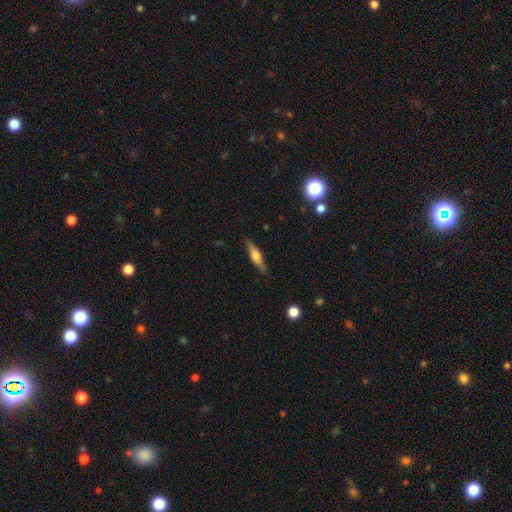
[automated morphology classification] featured or disk 49%, smooth 44%, star or artifact 6%. Down the decision tree: merging — none (87%).